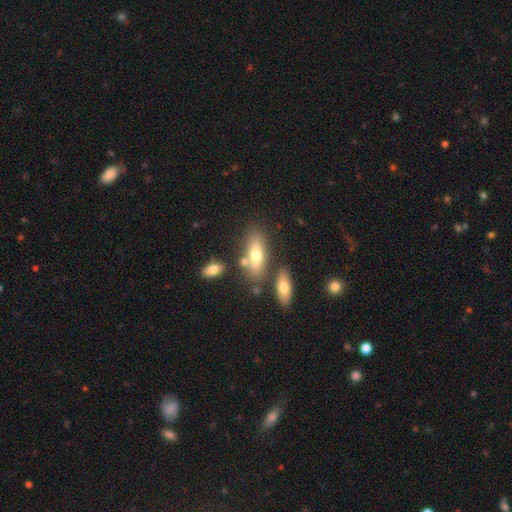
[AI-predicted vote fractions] Smooth or featured?
  - smooth: 67% *
  - featured or disk: 25%
  - star or artifact: 8%
How rounded?
  - in between: 72% *
  - cigar-shaped: 24%
  - round: 4%
Merging?
  - none: 63% *
  - merger: 18%
  - minor disturbance: 14%
  - major disturbance: 5%